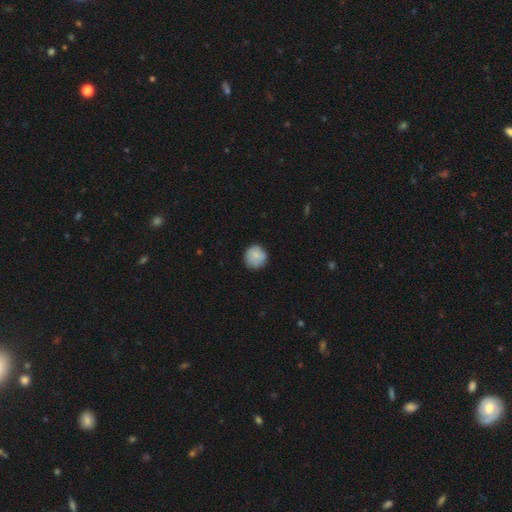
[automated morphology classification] Smooth or featured: smooth — 84% (featured or disk — 9%)
How rounded: round — 92% (in between — 7%)
Merging: none — 83% (minor disturbance — 13%)